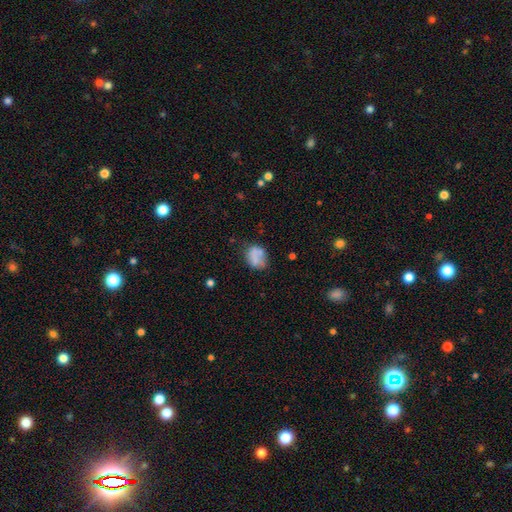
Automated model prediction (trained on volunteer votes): Smooth or featured: smooth — 71% (featured or disk — 19%)
How rounded: in between — 59% (round — 39%)
Merging: none — 48% (minor disturbance — 27%)